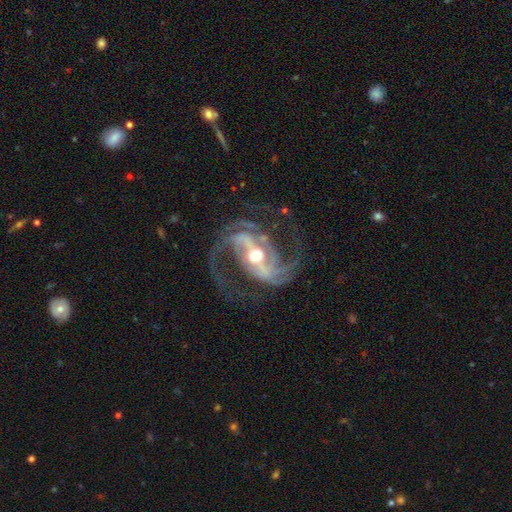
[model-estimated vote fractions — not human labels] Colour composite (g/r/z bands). It shows a featured or disk galaxy (92%) with a strong bar (55%), 2 (60%) medium (58%) spiral arms (98%) and a moderate central bulge (69%). Merging: none (68%).